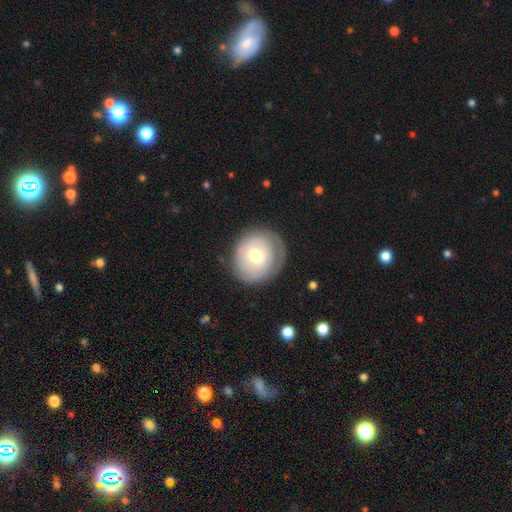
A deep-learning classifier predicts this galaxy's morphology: Smooth or featured: smooth — 56% (featured or disk — 38%)
How rounded: round — 81% (in between — 18%)
Merging: none — 71% (minor disturbance — 19%)